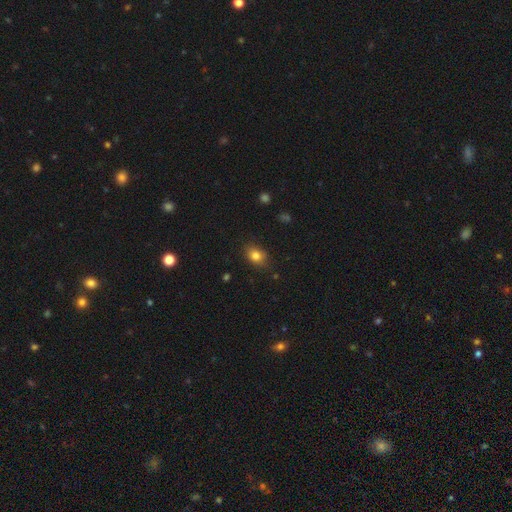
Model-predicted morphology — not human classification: A smooth galaxy with no disk features (82%) that is in between round and cigar-shaped (65%). Merging: none (82%).